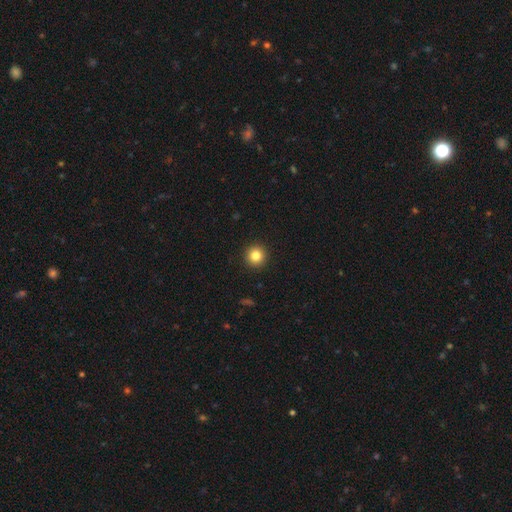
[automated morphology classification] smooth-or-featured: smooth: 83% | star or artifact: 11% | featured or disk: 6%
  how-rounded: round: 95% | in between: 4% | cigar-shaped: 1%
  merging: none: 93% | minor disturbance: 4% | major disturbance: 2% | merger: 1%